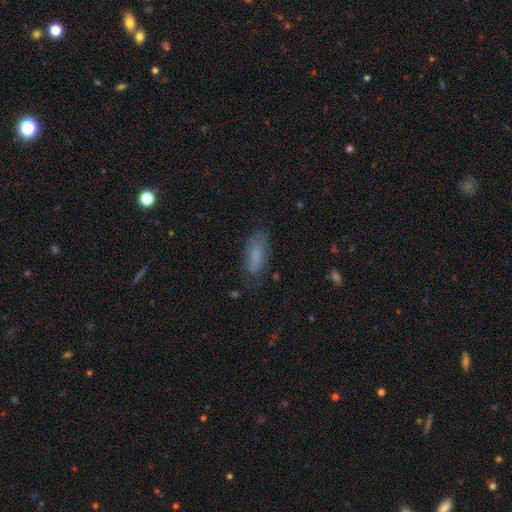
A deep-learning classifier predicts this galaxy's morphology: type=smooth (70%); roundness=in between (70%); merging=none (71%).